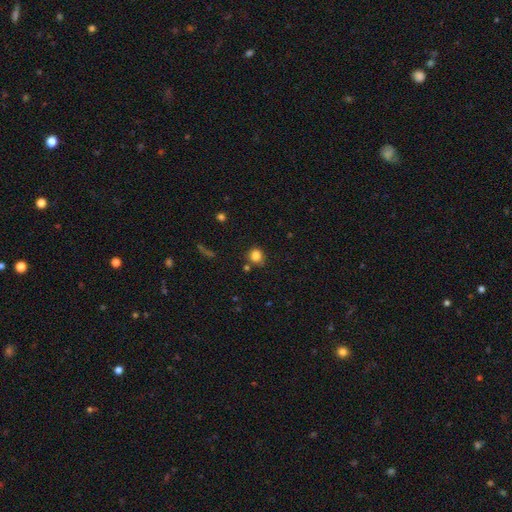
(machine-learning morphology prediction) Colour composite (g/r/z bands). It shows a smooth galaxy with no disk features (83%) that is round (83%). Merging: none (74%).